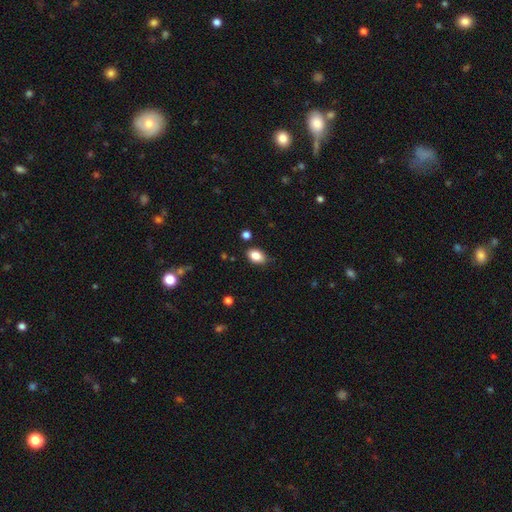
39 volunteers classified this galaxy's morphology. A smooth galaxy with no disk features (85%) that is in between round and cigar-shaped (94%). Merging: none (92%).